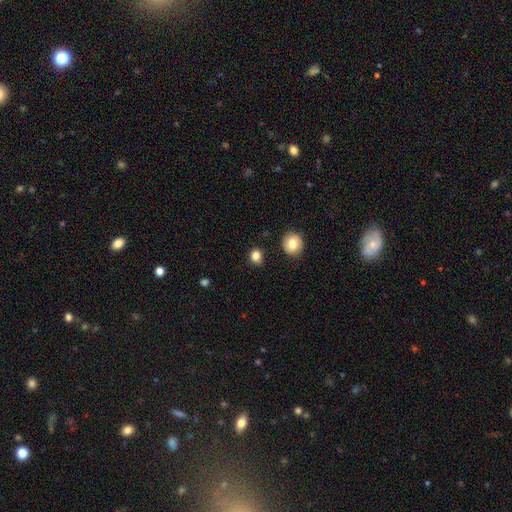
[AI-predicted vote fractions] Q: Smooth or featured?
A: smooth (83%); runner-up: star or artifact (11%)
Q: How rounded?
A: round (77%); runner-up: in between (22%)
Q: Merging?
A: none (81%); runner-up: minor disturbance (13%)